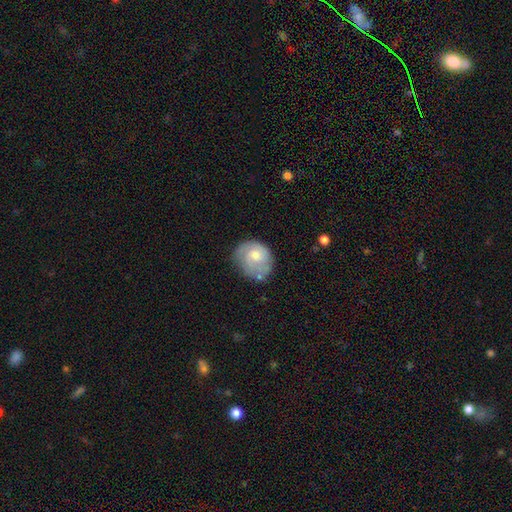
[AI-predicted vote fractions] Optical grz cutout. It shows a featured or disk galaxy (48%). Merging: none (59%).